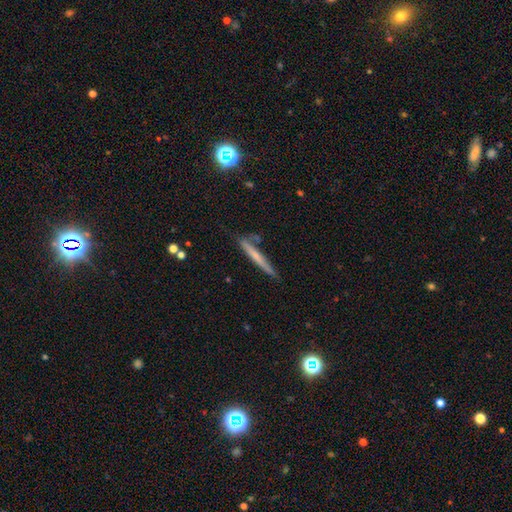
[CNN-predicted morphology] Smooth or featured? smooth (50%)
Merging? none (75%)